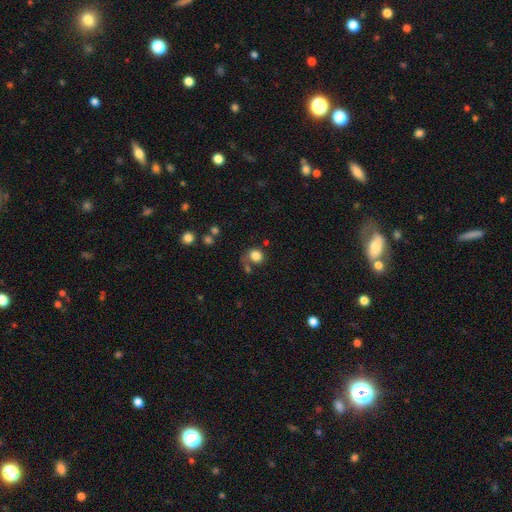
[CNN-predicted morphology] This appears to be a smooth galaxy with no disk features (82%) that is round (77%). Merging: none (57%).